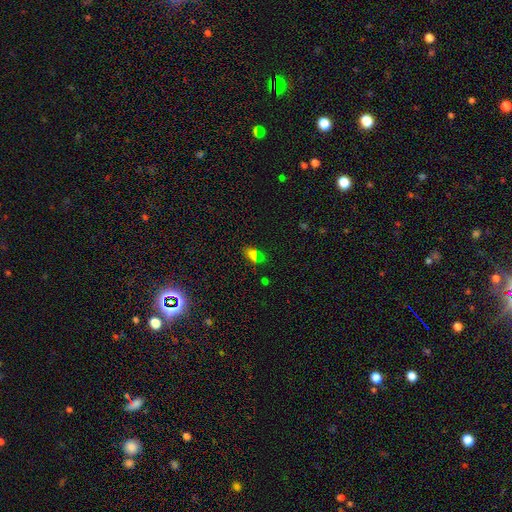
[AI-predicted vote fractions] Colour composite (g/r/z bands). It shows a smooth galaxy with no disk features (61%) that is in between round and cigar-shaped (80%). Merging: none (80%).